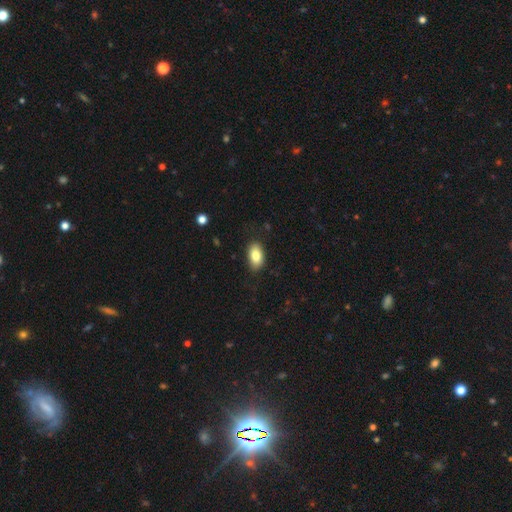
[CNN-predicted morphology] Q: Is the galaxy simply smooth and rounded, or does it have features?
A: smooth — 84%.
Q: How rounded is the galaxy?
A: in between — 92%.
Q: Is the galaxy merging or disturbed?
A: none — 85%.